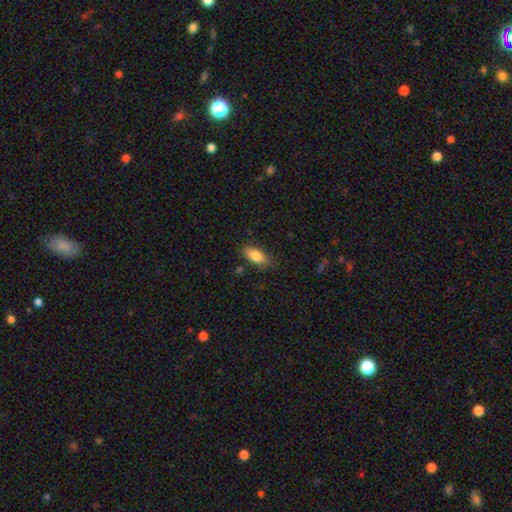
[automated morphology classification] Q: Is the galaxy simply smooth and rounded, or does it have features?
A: smooth — 82%.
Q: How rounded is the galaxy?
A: in between — 87%.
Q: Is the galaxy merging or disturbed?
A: none — 81%.